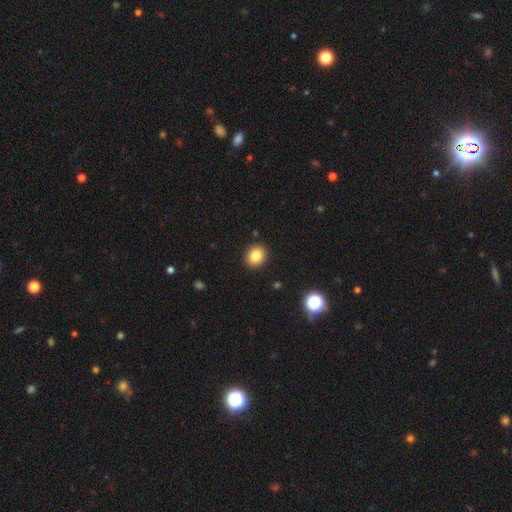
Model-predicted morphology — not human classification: smooth_or_featured: smooth (p=0.84) [alt: star or artifact p=0.10]
how_rounded: round (p=0.65) [alt: in between p=0.34]
merging: none (p=0.91) [alt: minor disturbance p=0.06]